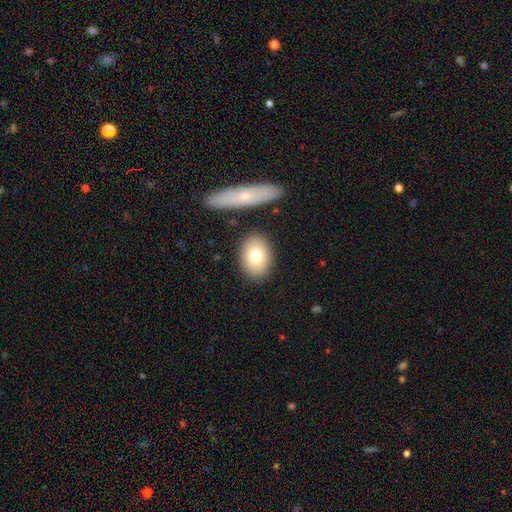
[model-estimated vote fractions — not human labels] The model was most divided on "how rounded": in between: 75%, round: 23%, cigar-shaped: 2%. More confident: merging — none (85%); smooth or featured — smooth (75%).